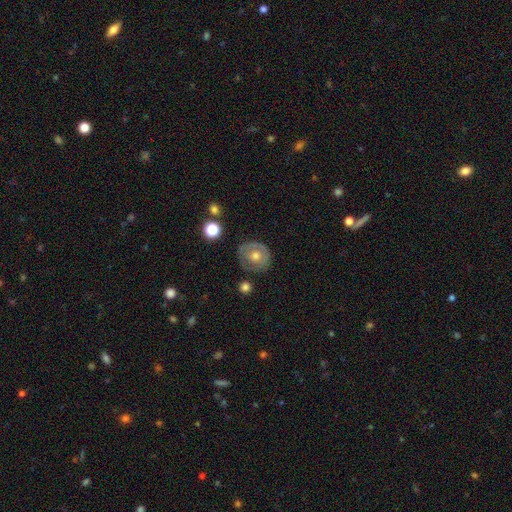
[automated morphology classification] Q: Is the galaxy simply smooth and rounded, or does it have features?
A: featured or disk — 51%.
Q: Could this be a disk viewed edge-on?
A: no — 96%.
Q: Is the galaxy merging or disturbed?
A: none — 78%.